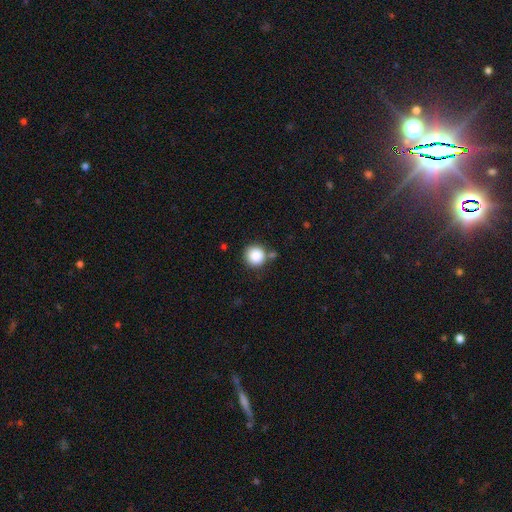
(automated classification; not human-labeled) Smooth or featured?
  - smooth: 86% *
  - star or artifact: 9%
  - featured or disk: 5%
How rounded?
  - round: 94% *
  - in between: 5%
  - cigar-shaped: 1%
Merging?
  - none: 75% *
  - minor disturbance: 11%
  - merger: 11%
  - major disturbance: 4%